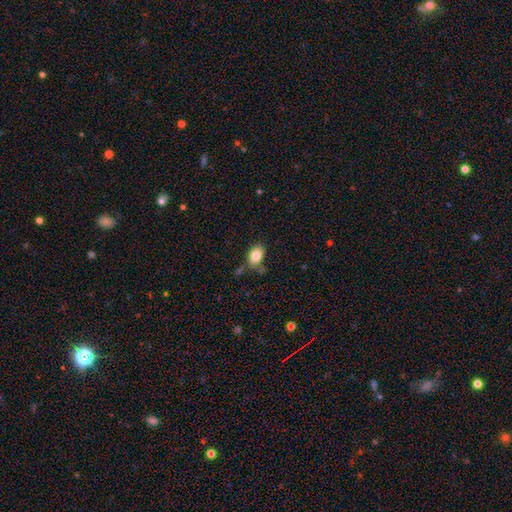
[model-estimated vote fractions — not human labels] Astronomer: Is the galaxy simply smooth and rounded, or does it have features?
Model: smooth — 82%.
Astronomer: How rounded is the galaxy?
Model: in between — 83%.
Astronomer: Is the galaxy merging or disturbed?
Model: none — 68%.